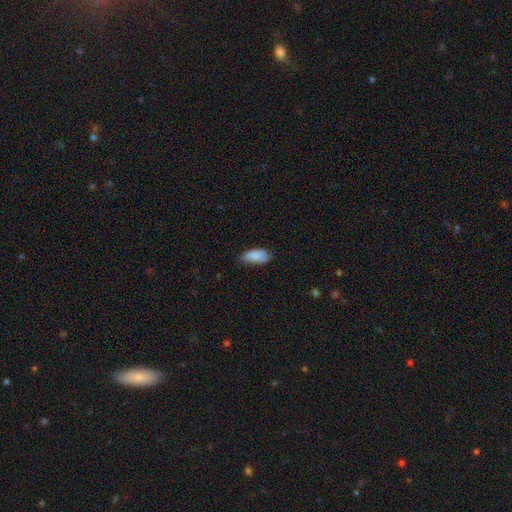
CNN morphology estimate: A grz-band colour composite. It shows a smooth galaxy with no disk features (86%) that is in between round and cigar-shaped (90%). Merging: none (63%).